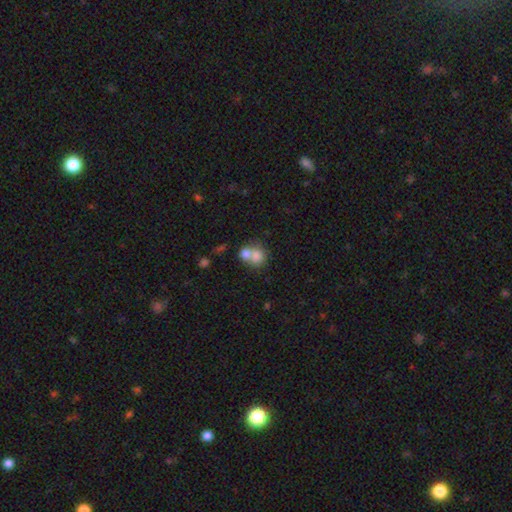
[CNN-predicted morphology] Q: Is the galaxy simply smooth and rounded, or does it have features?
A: smooth — 74%.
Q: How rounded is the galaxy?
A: round — 77%.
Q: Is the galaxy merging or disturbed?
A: merger — 61%.